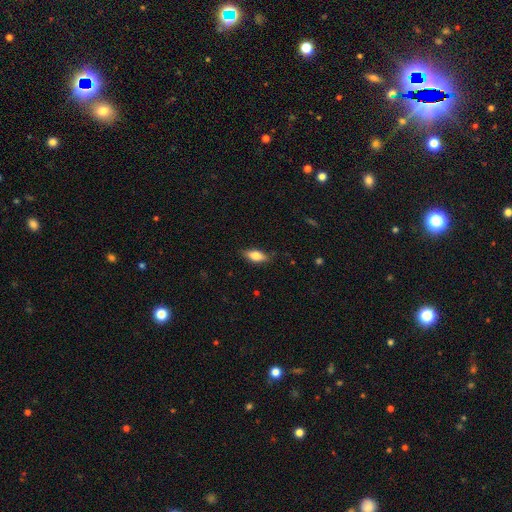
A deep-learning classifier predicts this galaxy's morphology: This is likely a smooth galaxy (74%). How rounded: likely in between (79%). Merging: clearly none (82%).